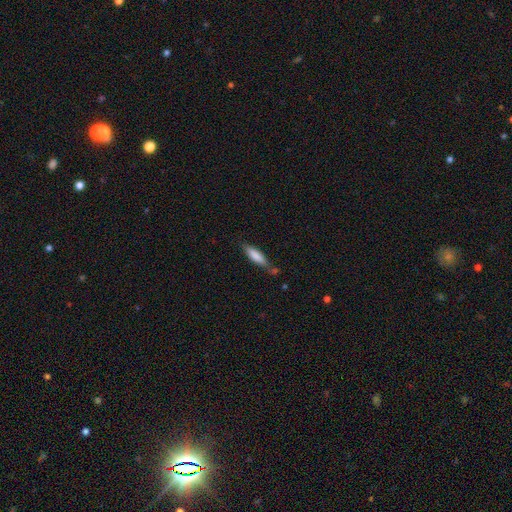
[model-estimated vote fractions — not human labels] Smooth or featured? smooth (80%)
How rounded? cigar-shaped (64%)
Merging? none (60%)